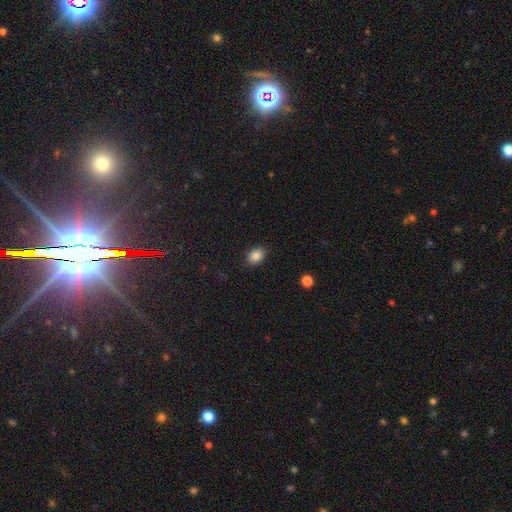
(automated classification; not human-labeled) This appears to be a smooth galaxy with no disk features (84%) that is in between round and cigar-shaped (73%). Merging: none (86%).